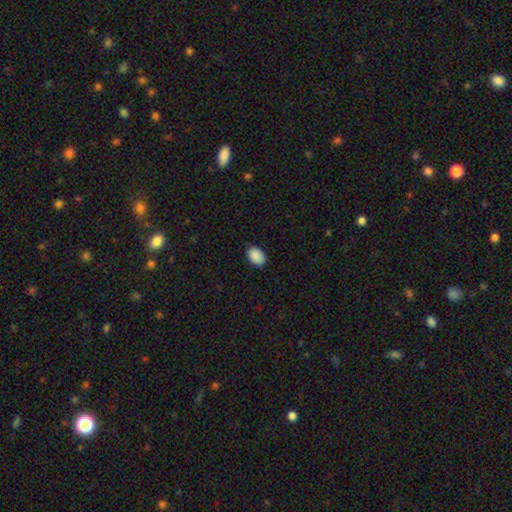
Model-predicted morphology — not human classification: smooth-or-featured: smooth: 90% | star or artifact: 7% | featured or disk: 3%
  how-rounded: in between: 80% | round: 19% | cigar-shaped: 1%
  merging: none: 85% | minor disturbance: 12% | major disturbance: 2% | merger: 1%